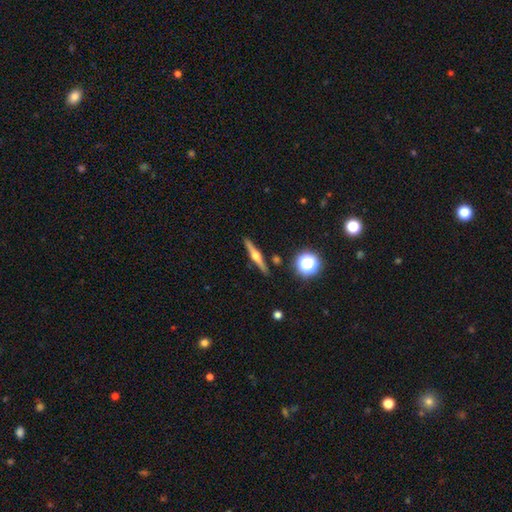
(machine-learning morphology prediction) This is likely a featured or disk galaxy (75%). It is clearly viewed edge-on (98%). Edge-on bulge: clearly rounded (94%). Merging: clearly none (91%).